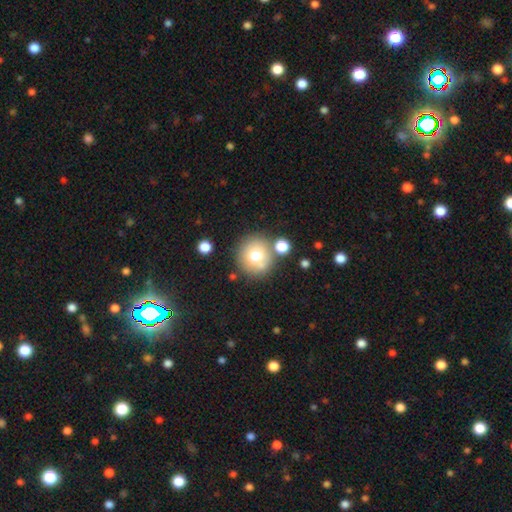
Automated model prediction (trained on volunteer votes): A smooth galaxy with no disk features (69%) that is round (91%).

Vote fractions:
- Smooth or featured? smooth: 69% / featured or disk: 18% / star or artifact: 12%
- How rounded? round: 91% / in between: 8% / cigar-shaped: 1%
- Merging? none: 73% / merger: 12% / minor disturbance: 10% / major disturbance: 4%